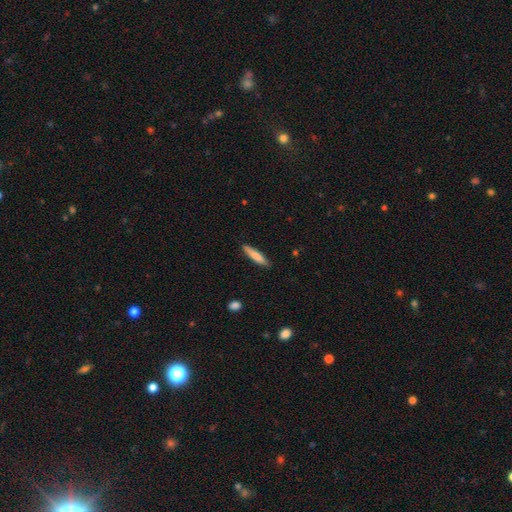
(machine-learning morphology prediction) smooth 79%, featured or disk 16%, star or artifact 6%. Down the decision tree: how rounded — cigar-shaped (87%); merging — none (87%).